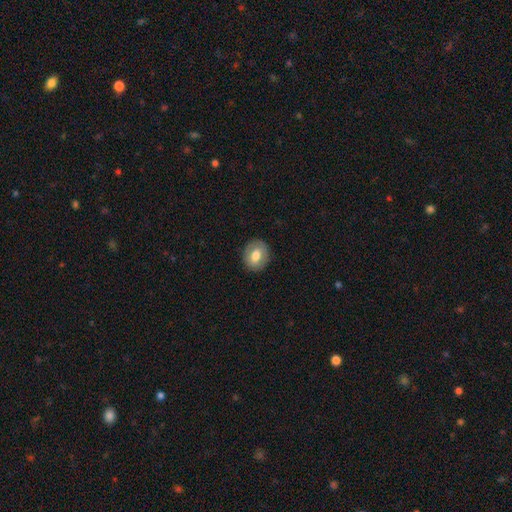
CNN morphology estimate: smooth-or-featured: smooth: 69% | featured or disk: 24% | star or artifact: 7%
  how-rounded: round: 64% | in between: 35% | cigar-shaped: 1%
  merging: none: 87% | minor disturbance: 9% | major disturbance: 3% | merger: 1%